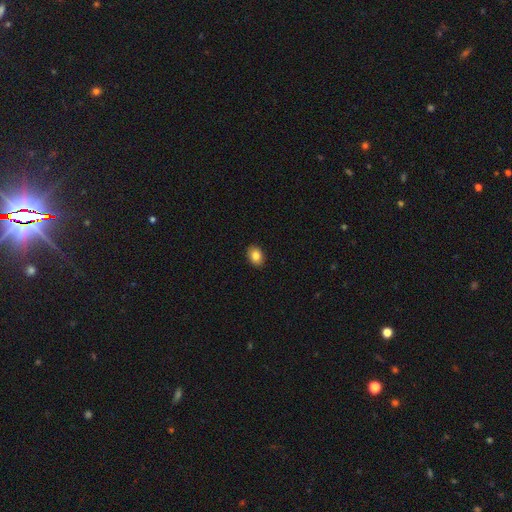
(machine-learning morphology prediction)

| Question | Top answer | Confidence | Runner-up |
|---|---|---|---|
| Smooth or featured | smooth | 84% | star or artifact (9%) |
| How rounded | in between | 69% | round (30%) |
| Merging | none | 91% | minor disturbance (7%) |